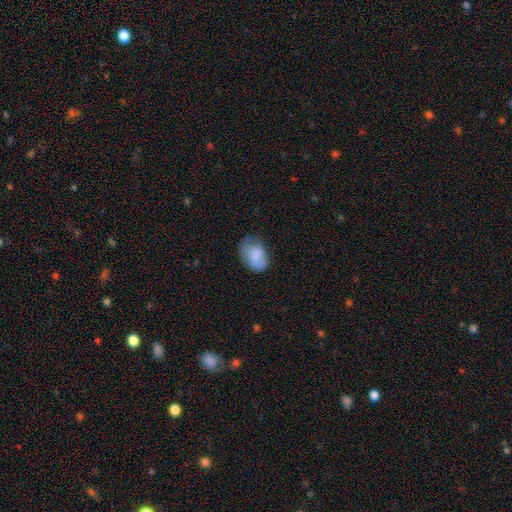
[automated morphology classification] A smooth galaxy with no disk features (80%) that is in between round and cigar-shaped (81%).

Vote fractions:
- Smooth or featured? smooth: 80% / featured or disk: 13% / star or artifact: 8%
- How rounded? in between: 81% / round: 17% / cigar-shaped: 1%
- Merging? none: 48% / minor disturbance: 35% / major disturbance: 15% / merger: 2%